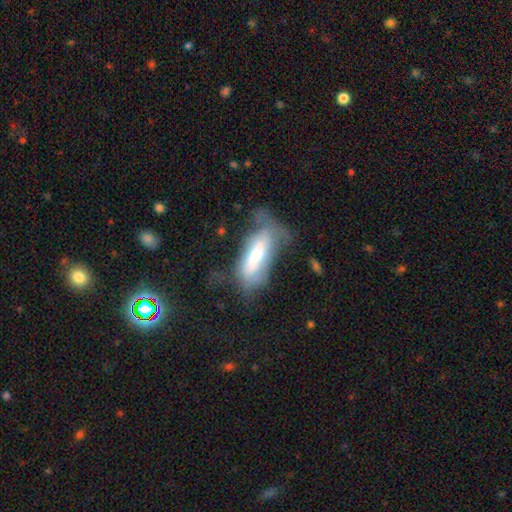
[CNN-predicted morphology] This appears to be a smooth galaxy with no disk features (53%) that is in between round and cigar-shaped (66%). Merging: major disturbance (38%).